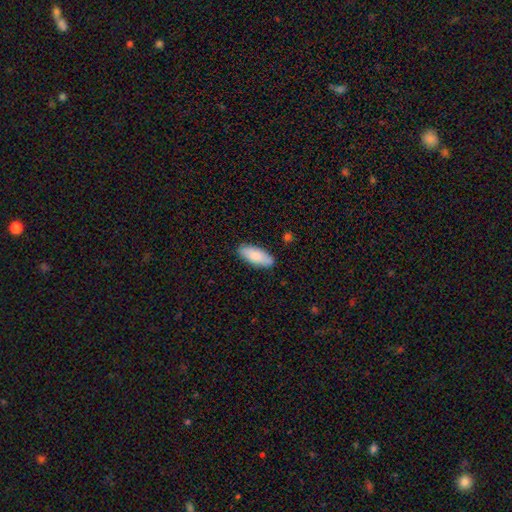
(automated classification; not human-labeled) The model was most divided on "how rounded": in between: 80%, cigar-shaped: 18%, round: 2%. More confident: merging — none (87%); smooth or featured — smooth (86%).